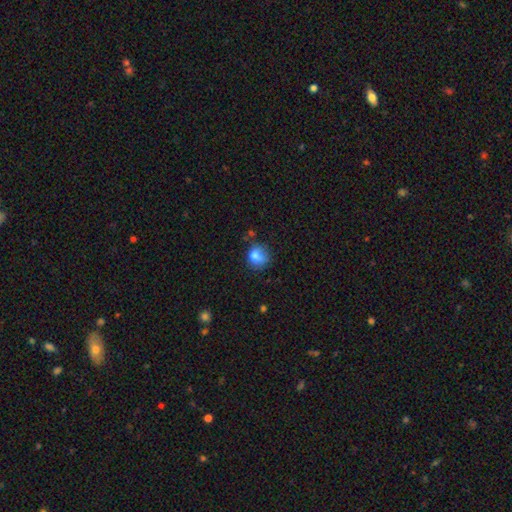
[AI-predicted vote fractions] A smooth galaxy with no disk features (80%) that is round (72%).

Vote fractions:
- Smooth or featured? smooth: 80% / star or artifact: 10% / featured or disk: 10%
- How rounded? round: 72% / in between: 27% / cigar-shaped: 1%
- Merging? none: 57% / minor disturbance: 27% / major disturbance: 10% / merger: 6%